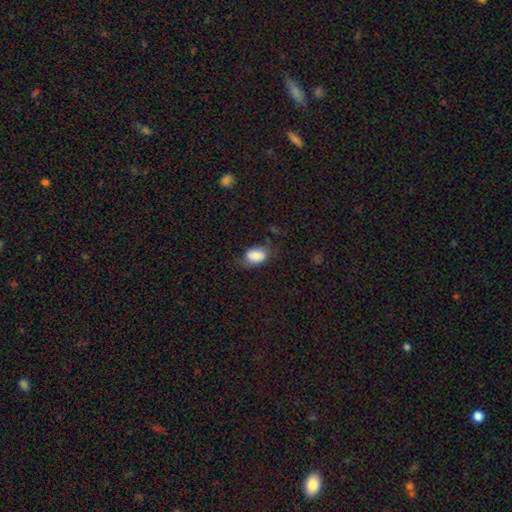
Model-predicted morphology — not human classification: The model was most divided on "merging": none: 56%, minor disturbance: 29%, major disturbance: 12%, merger: 2%. More confident: how rounded — in between (86%); smooth or featured — smooth (82%).